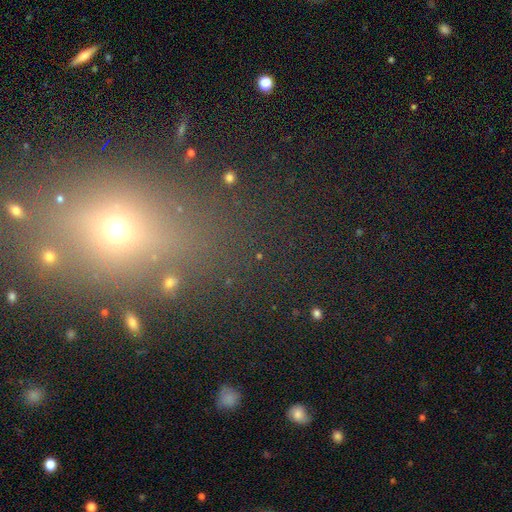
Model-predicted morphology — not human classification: A smooth galaxy with no disk features (44%).

Vote fractions:
- Smooth or featured? smooth: 44% / star or artifact: 43% / featured or disk: 13%
- Merging? none: 76% / minor disturbance: 11% / major disturbance: 7% / merger: 6%